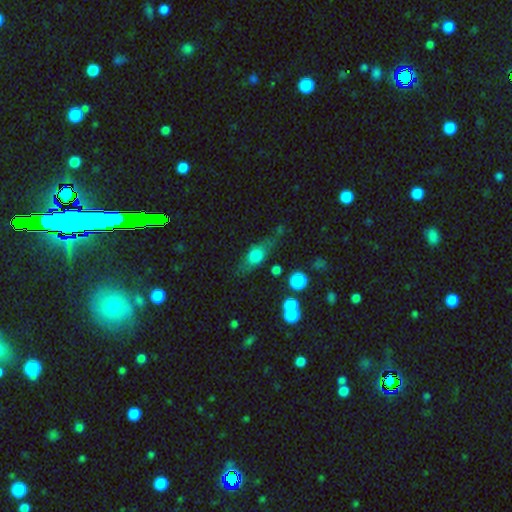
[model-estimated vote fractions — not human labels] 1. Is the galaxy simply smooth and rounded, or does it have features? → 58% smooth, 32% featured or disk, 10% star or artifact.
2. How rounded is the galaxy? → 57% in between, 26% cigar-shaped, 16% round.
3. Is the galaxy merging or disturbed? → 60% none, 23% minor disturbance, 11% major disturbance, 6% merger.